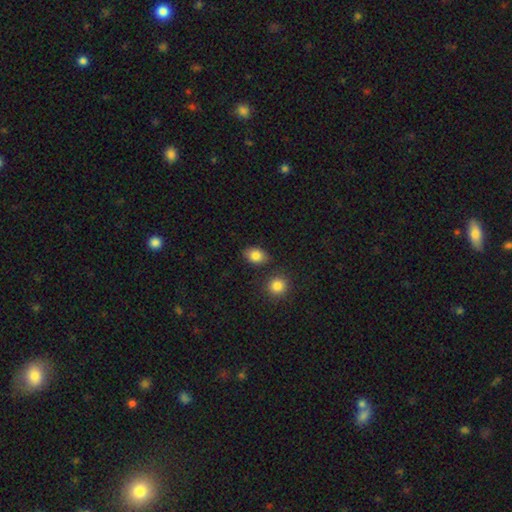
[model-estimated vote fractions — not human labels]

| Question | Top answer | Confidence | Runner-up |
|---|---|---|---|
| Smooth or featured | smooth | 85% | star or artifact (9%) |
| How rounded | in between | 74% | round (25%) |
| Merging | none | 79% | minor disturbance (12%) |